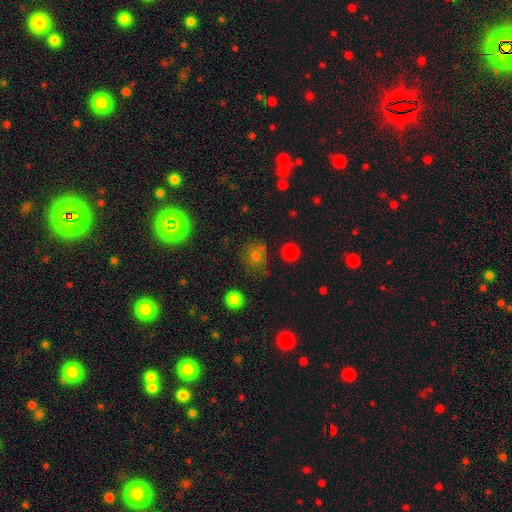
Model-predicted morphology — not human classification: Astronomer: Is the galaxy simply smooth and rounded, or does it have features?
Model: smooth — 65%.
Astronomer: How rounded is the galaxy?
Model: round — 80%.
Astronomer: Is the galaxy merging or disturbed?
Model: none — 73%.